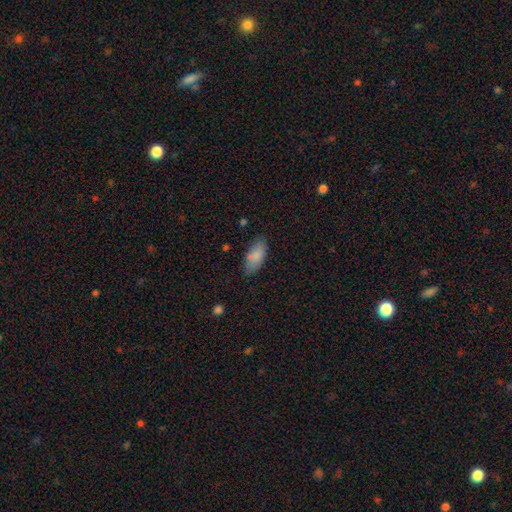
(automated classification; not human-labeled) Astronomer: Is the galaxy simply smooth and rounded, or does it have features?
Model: smooth — 85%.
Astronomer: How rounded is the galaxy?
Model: in between — 89%.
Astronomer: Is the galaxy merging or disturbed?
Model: none — 75%.